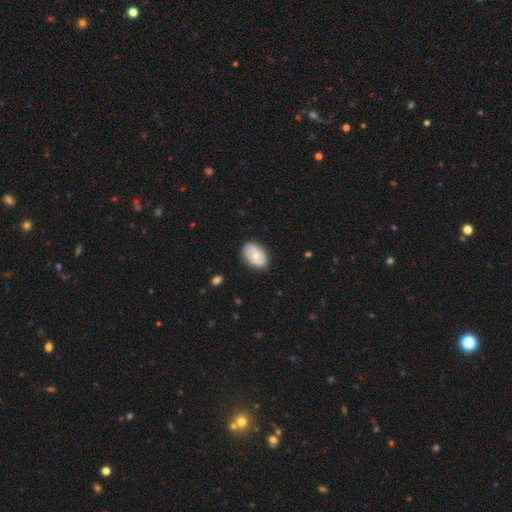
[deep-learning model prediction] Smooth or featured? smooth (53%)
How rounded? in between (87%)
Merging? none (83%)